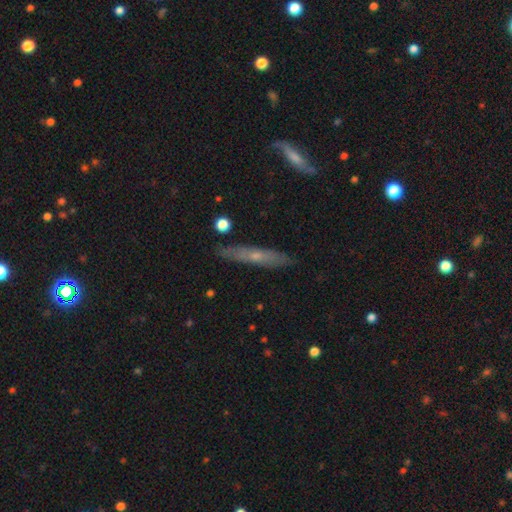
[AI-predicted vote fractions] Smooth or featured?
  - featured or disk: 52% *
  - smooth: 41%
  - star or artifact: 7%
Edge-on disk?
  - yes: 85% *
  - no: 15%
Merging?
  - none: 87% *
  - minor disturbance: 10%
  - major disturbance: 2%
  - merger: 2%